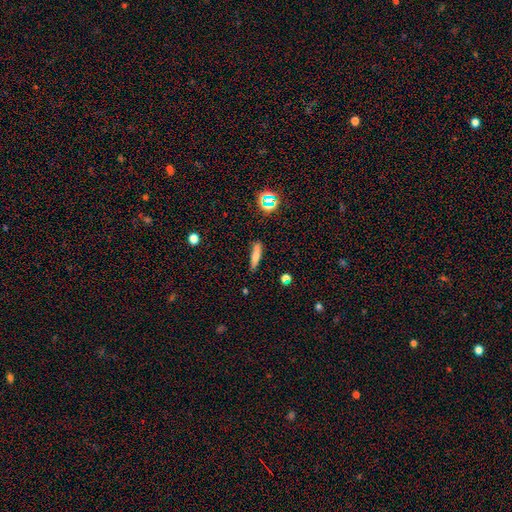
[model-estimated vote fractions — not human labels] Overall: smooth (67%). How rounded: cigar-shaped (76%). Merging: none (71%).